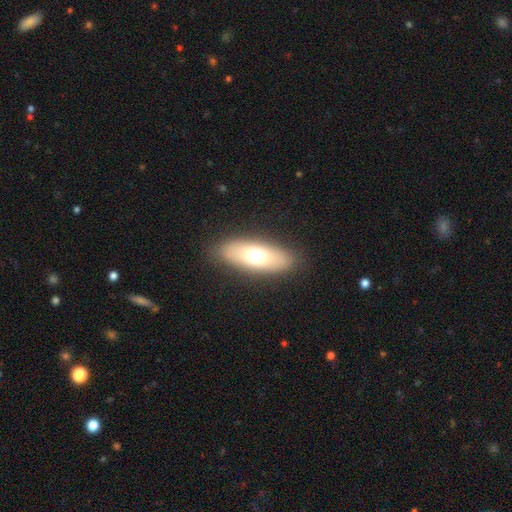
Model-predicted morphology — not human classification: Q: Smooth or featured?
A: smooth (68%); runner-up: featured or disk (24%)
Q: How rounded?
A: in between (70%); runner-up: cigar-shaped (26%)
Q: Merging?
A: none (87%); runner-up: minor disturbance (9%)